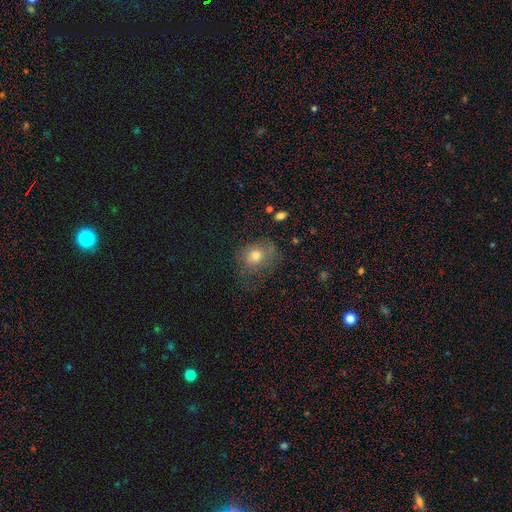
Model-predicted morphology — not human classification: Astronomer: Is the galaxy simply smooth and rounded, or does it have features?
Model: smooth — 72%.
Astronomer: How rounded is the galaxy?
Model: round — 70%.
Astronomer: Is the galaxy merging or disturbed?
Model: none — 63%.